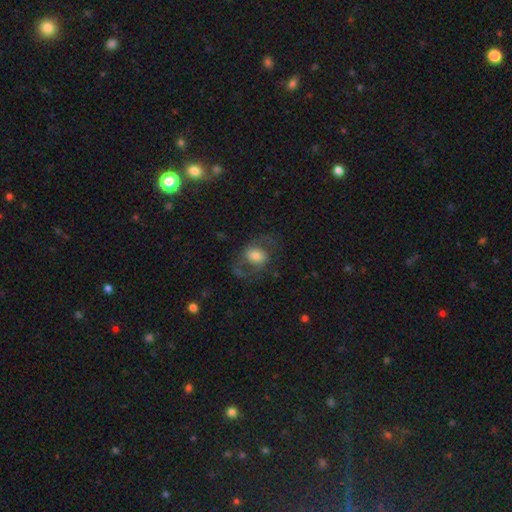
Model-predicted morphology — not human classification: Smooth or featured: smooth — 49% (featured or disk — 42%)
Merging: none — 56% (major disturbance — 24%)